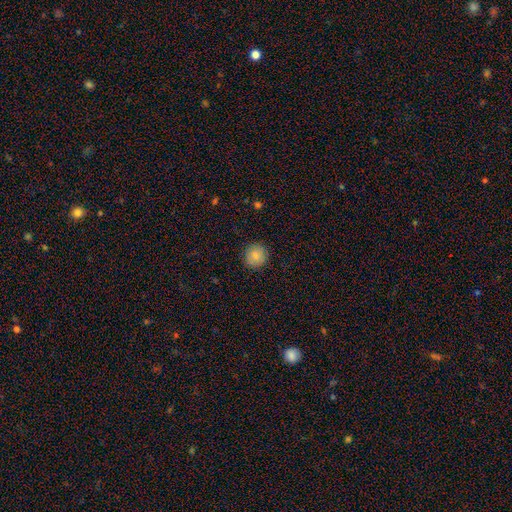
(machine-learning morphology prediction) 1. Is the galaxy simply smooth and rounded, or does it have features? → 84% smooth, 9% star or artifact, 7% featured or disk.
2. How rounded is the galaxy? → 91% round, 8% in between, 1% cigar-shaped.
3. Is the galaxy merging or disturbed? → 90% none, 7% minor disturbance, 2% major disturbance, 1% merger.